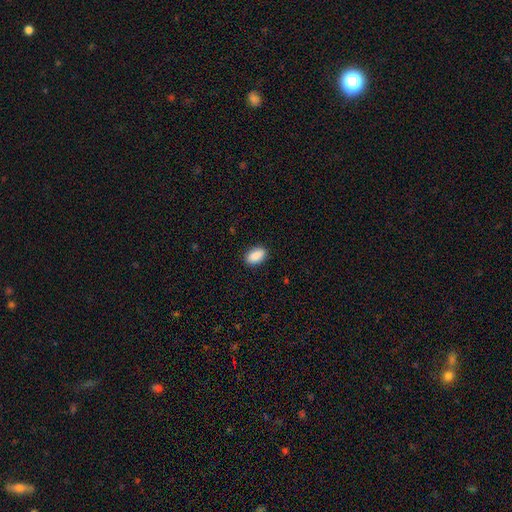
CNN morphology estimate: This is clearly a smooth galaxy (90%). How rounded: clearly in between (92%). Merging: clearly none (89%).